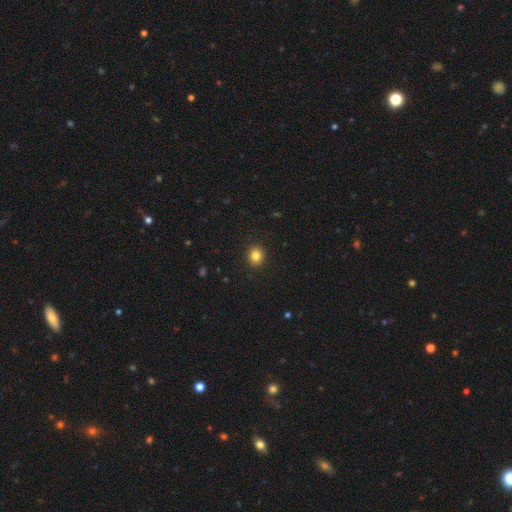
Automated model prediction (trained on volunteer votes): Smooth or featured? smooth (83%)
How rounded? round (79%)
Merging? none (92%)